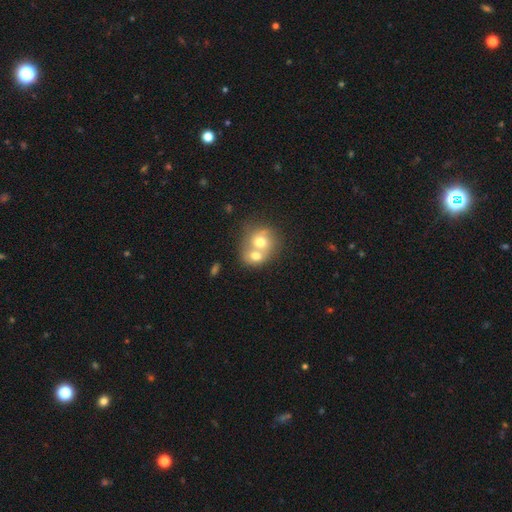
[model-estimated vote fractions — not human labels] A smooth galaxy with no disk features (62%) that is round (65%). Merging: merger (74%).